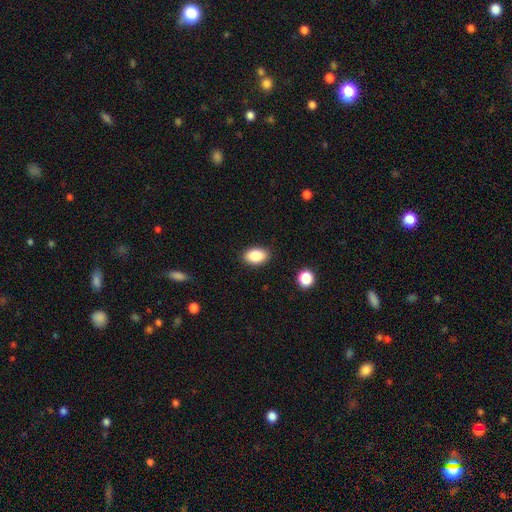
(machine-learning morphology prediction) Smooth or featured? smooth (87%)
How rounded? in between (88%)
Merging? none (88%)